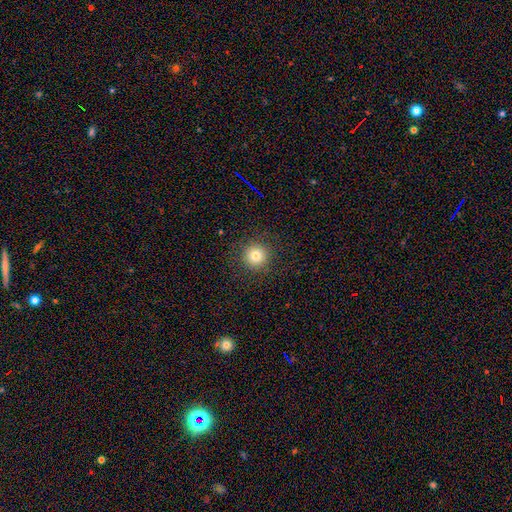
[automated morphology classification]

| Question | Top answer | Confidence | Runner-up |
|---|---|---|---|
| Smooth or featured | smooth | 79% | star or artifact (13%) |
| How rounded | round | 95% | in between (4%) |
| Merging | none | 90% | minor disturbance (6%) |